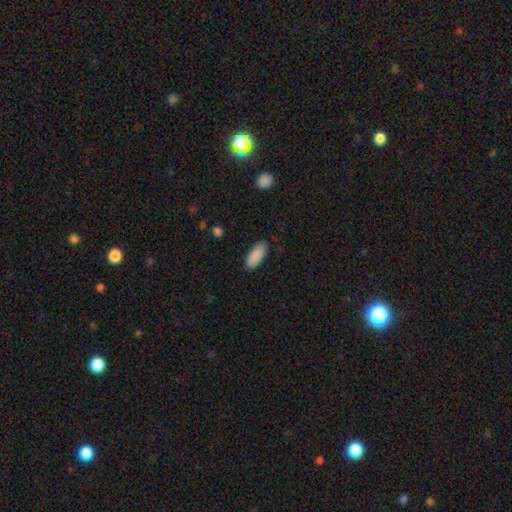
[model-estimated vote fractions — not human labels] Smooth or featured? Predicted: smooth (p=0.90). How rounded? Predicted: in between (p=0.83). Merging? Predicted: none (p=0.85).